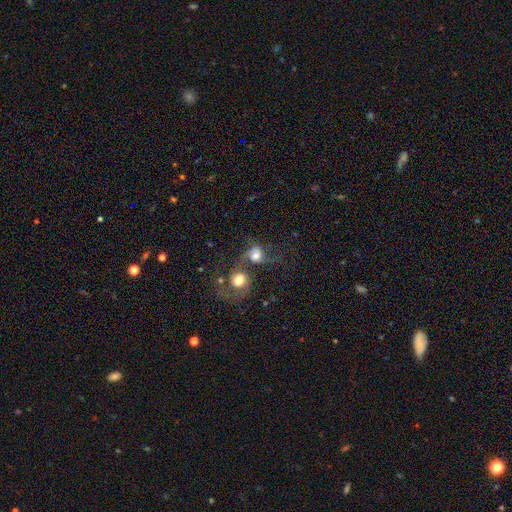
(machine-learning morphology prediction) Smooth or featured: smooth — 45% (featured or disk — 44%)
Merging: merger — 70% (none — 14%)